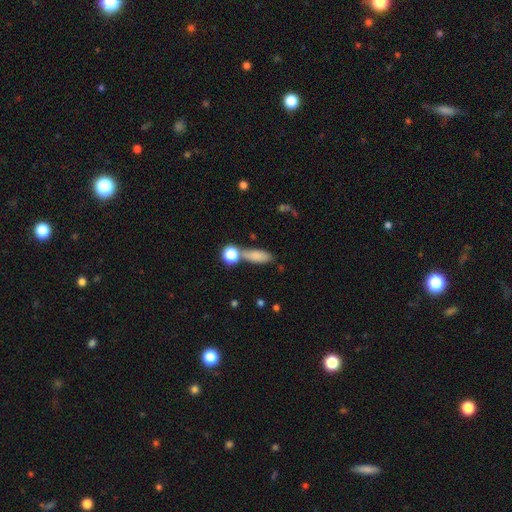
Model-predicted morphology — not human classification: Smooth or featured? Predicted: smooth (p=0.81). How rounded? Predicted: in between (p=0.63). Merging? Predicted: none (p=0.61).